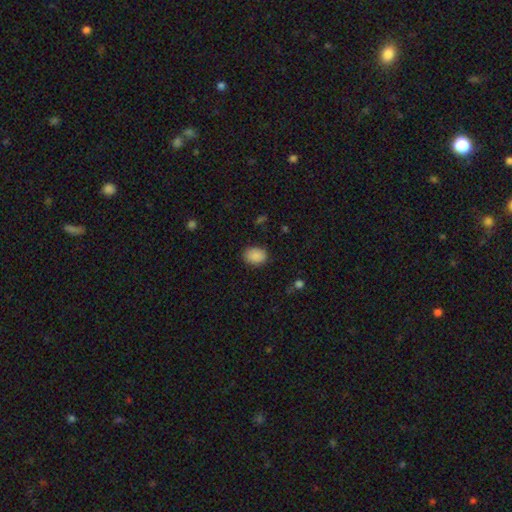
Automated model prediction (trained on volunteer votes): Morphology: type=smooth (88%); roundness=in between (63%); merging=none (84%).